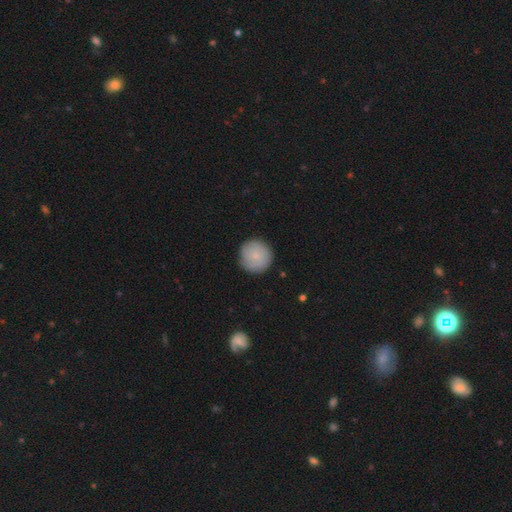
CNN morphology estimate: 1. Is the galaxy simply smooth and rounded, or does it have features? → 78% smooth, 15% featured or disk, 6% star or artifact.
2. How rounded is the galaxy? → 95% round, 4% in between, 1% cigar-shaped.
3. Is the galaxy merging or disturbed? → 86% none, 10% minor disturbance, 2% major disturbance, 1% merger.